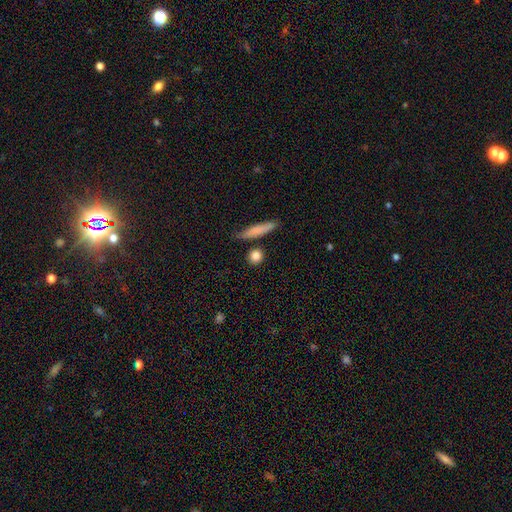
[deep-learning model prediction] A smooth galaxy with no disk features (84%) that is round (75%).

Vote fractions:
- Smooth or featured? smooth: 84% / featured or disk: 8% / star or artifact: 8%
- How rounded? round: 75% / in between: 14% / cigar-shaped: 11%
- Merging? none: 82% / minor disturbance: 9% / merger: 7% / major disturbance: 3%